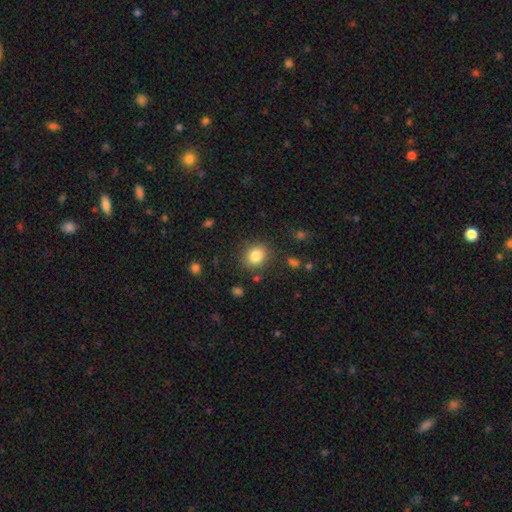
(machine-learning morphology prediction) The model was most divided on "how rounded": round: 72%, in between: 28%, cigar-shaped: 1%. More confident: merging — none (84%); smooth or featured — smooth (84%).